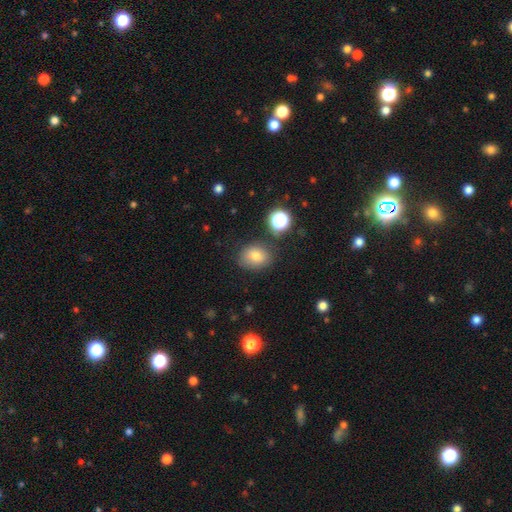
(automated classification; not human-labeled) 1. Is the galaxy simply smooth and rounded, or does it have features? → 76% smooth, 14% star or artifact, 10% featured or disk.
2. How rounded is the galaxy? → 53% round, 47% in between, 1% cigar-shaped.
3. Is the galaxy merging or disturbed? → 76% none, 15% minor disturbance, 5% merger, 4% major disturbance.